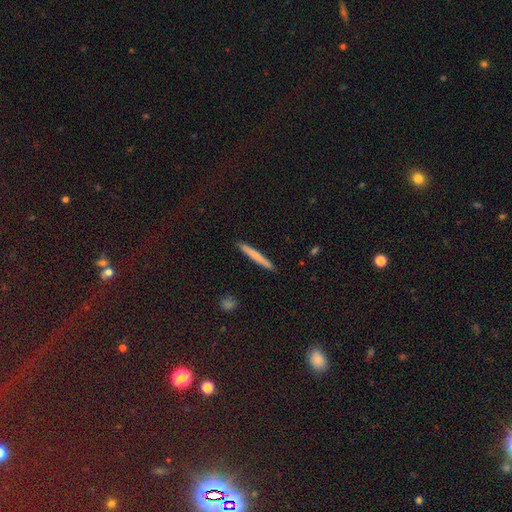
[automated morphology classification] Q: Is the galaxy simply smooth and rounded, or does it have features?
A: smooth — 69%.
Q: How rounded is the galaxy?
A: cigar-shaped — 97%.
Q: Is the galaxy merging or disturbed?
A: none — 92%.